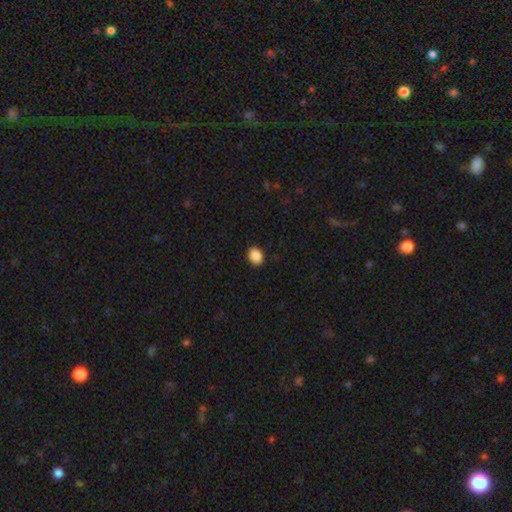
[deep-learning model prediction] This appears to be a smooth galaxy with no disk features (89%) that is in between round and cigar-shaped (65%). Merging: none (91%).